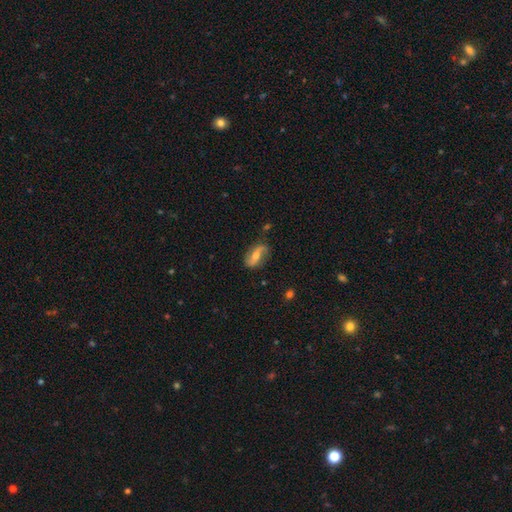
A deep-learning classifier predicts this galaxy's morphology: Smooth or featured? featured or disk (64%)
Edge-on disk? no (90%)
Bar? no (38%)
Spiral arms? yes (86%)
Bulge size? moderate (60%)
Merging? none (74%)